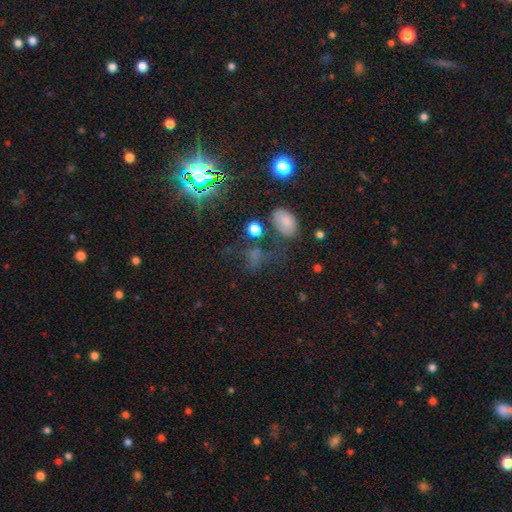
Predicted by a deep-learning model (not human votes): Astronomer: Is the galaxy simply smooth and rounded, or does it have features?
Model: smooth — 45% (runner-up: star or artifact, 41%).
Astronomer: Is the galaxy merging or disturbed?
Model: none — 53%.